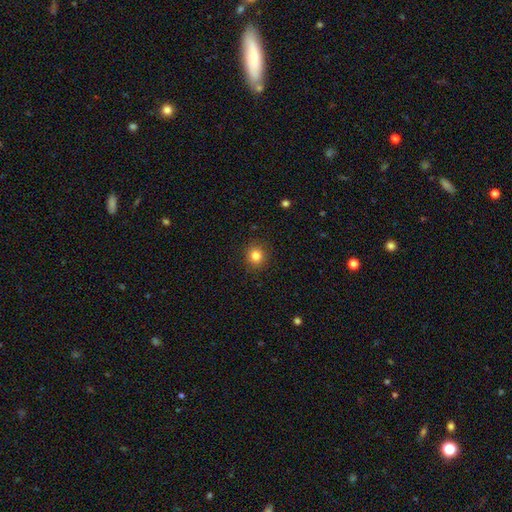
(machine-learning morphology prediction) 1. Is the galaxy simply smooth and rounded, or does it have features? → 83% smooth, 12% star or artifact, 6% featured or disk.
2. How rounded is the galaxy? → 88% round, 11% in between, 1% cigar-shaped.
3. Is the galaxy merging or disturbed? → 90% none, 6% minor disturbance, 2% major disturbance, 1% merger.